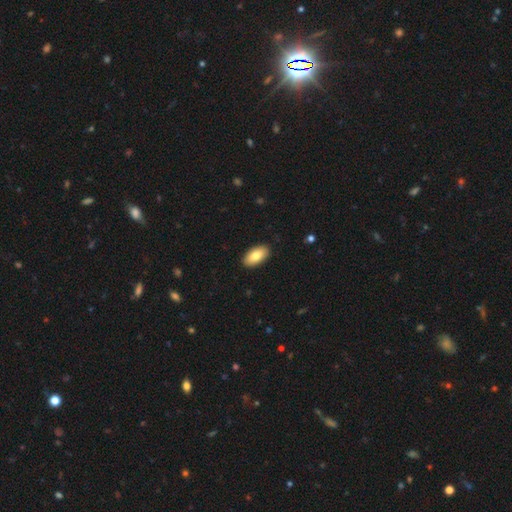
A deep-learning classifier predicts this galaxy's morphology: Q: Smooth or featured?
A: smooth (82%); runner-up: featured or disk (12%)
Q: How rounded?
A: in between (94%); runner-up: cigar-shaped (4%)
Q: Merging?
A: none (90%); runner-up: minor disturbance (7%)